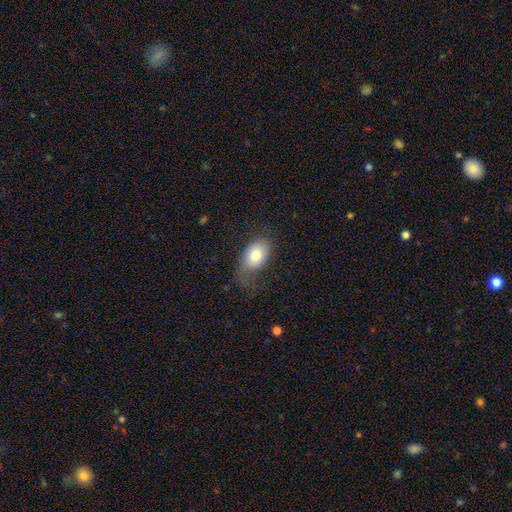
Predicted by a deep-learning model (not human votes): The model was most divided on "merging": none: 50%, minor disturbance: 27%, major disturbance: 22%, merger: 2%. More confident: how rounded — in between (86%); smooth or featured — smooth (76%).